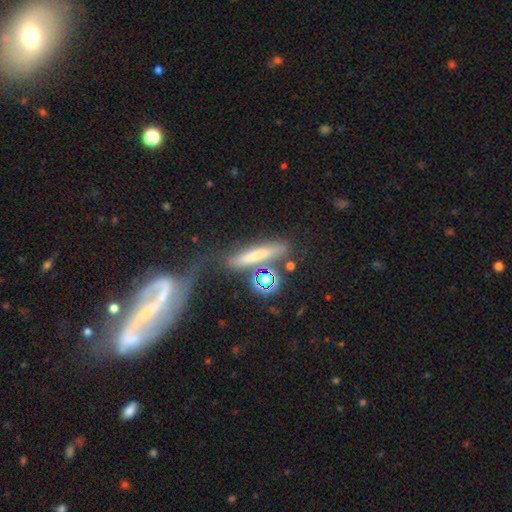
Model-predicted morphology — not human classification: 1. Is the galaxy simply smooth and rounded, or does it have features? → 57% smooth, 28% featured or disk, 15% star or artifact.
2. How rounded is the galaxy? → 79% cigar-shaped, 14% in between, 6% round.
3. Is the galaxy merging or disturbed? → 57% none, 17% minor disturbance, 15% merger, 11% major disturbance.